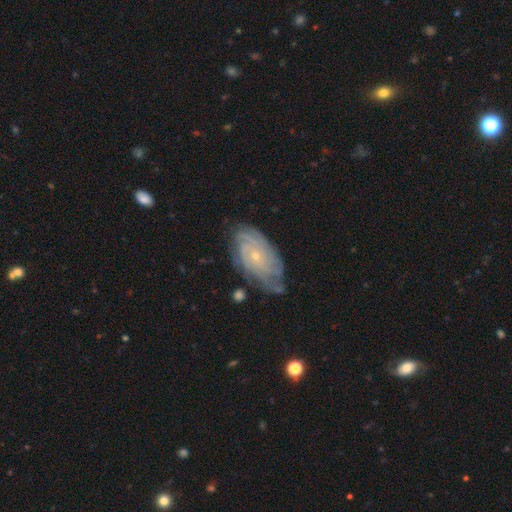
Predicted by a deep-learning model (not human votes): featured or disk 81%, smooth 13%, star or artifact 7%. Down the decision tree: edge-on disk — no (95%); bar — no (81%); spiral arms — yes (94%); spiral arm count — can't tell (41%); spiral winding — tight (76%); bulge size — small (80%); merging — none (69%).